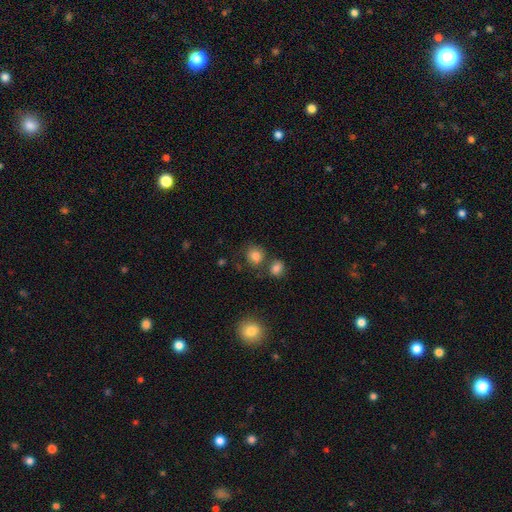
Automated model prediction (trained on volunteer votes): smooth 81%, star or artifact 12%, featured or disk 7%. Down the decision tree: how rounded — round (80%); merging — none (66%).